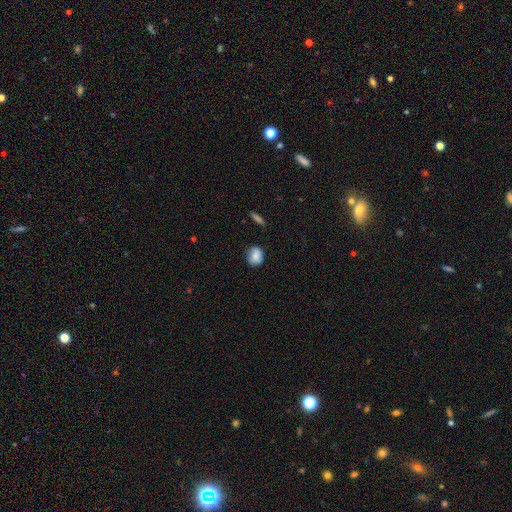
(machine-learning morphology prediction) Overall: smooth (80%). How rounded: round (58%; in between 40%). Merging: none (76%).